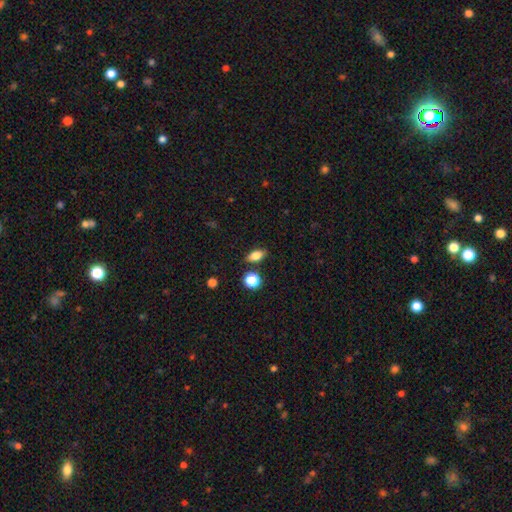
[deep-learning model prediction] Smooth or featured? smooth (81%)
How rounded? in between (80%)
Merging? none (84%)